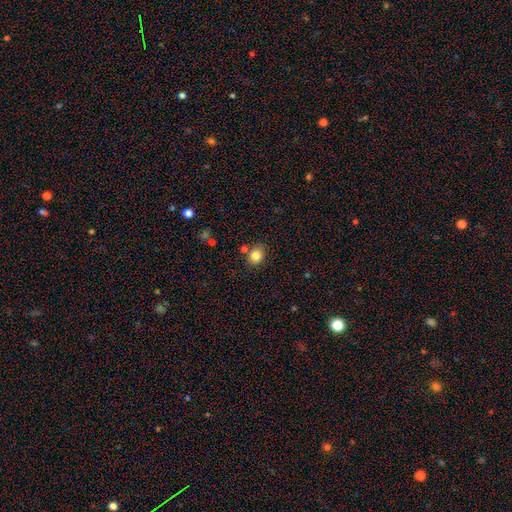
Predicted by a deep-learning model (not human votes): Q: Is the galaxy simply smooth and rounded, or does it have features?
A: smooth — 83%.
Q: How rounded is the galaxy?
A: round — 61%.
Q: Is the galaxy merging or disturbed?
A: none — 72%.